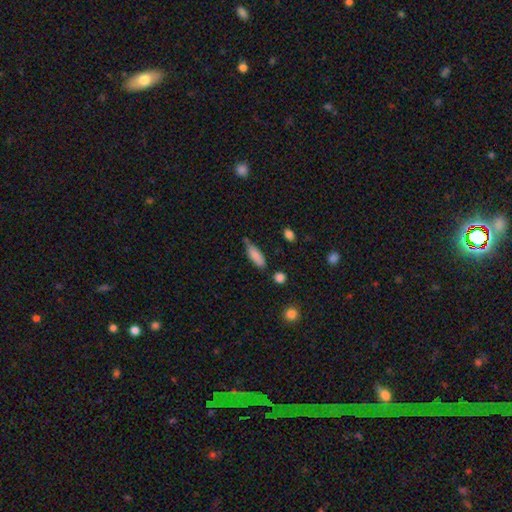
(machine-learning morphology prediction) Smooth or featured? smooth (85%)
How rounded? in between (60%)
Merging? none (56%)